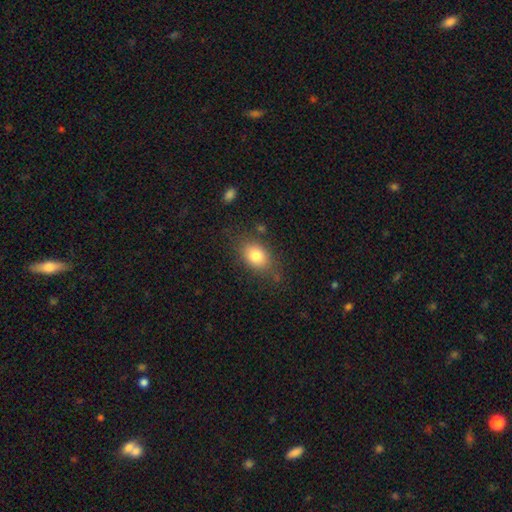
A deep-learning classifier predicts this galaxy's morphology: smooth_or_featured: smooth (p=0.80) [alt: featured or disk p=0.11]
how_rounded: in between (p=0.76) [alt: round p=0.22]
merging: none (p=0.74) [alt: minor disturbance p=0.17]